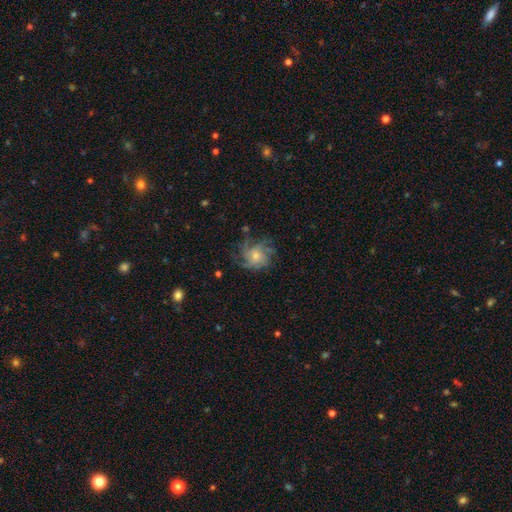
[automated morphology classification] A featured or disk galaxy (71%) with no bar (79%), 4 (29%) medium (41%) spiral arms (92%) and a small central bulge (52%). Merging: none (70%).